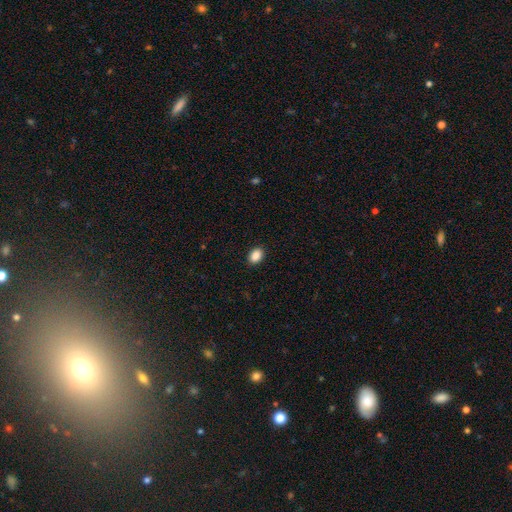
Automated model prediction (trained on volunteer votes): Morphology: type=smooth (89%); roundness=in between (78%); merging=none (91%).